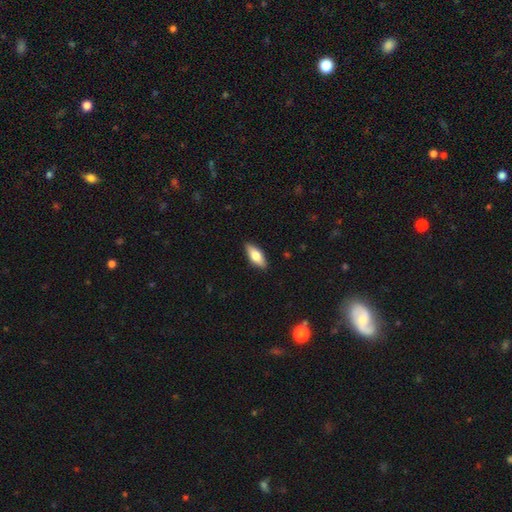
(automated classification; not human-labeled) Smooth or featured? smooth (72%)
How rounded? in between (76%)
Merging? none (89%)